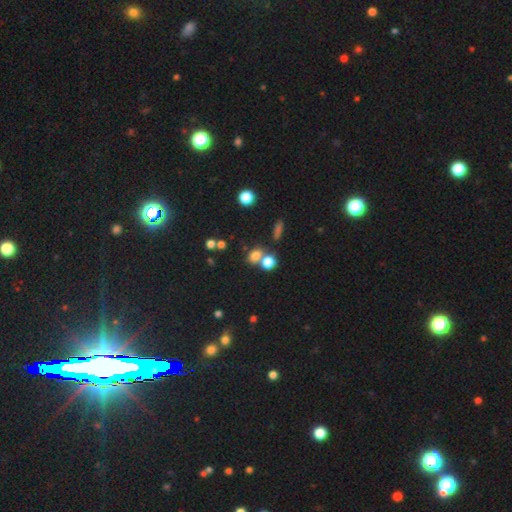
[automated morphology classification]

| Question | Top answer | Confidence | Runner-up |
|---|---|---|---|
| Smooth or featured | smooth | 74% | star or artifact (17%) |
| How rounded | round | 50% | in between (48%) |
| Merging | none | 51% | merger (35%) |